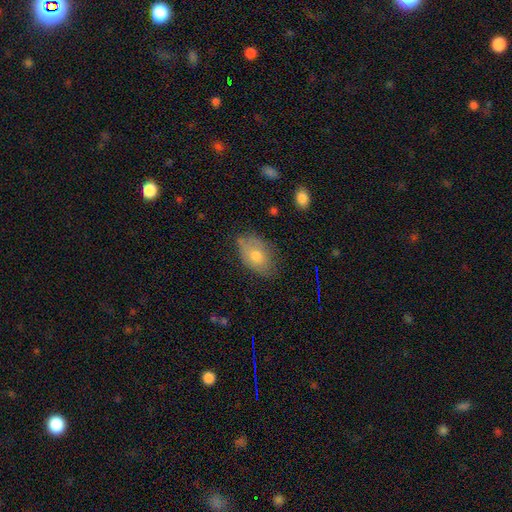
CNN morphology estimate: Smooth or featured?
  - smooth: 67% *
  - featured or disk: 24%
  - star or artifact: 8%
How rounded?
  - in between: 88% *
  - round: 10%
  - cigar-shaped: 1%
Merging?
  - none: 68% *
  - minor disturbance: 25%
  - major disturbance: 5%
  - merger: 2%